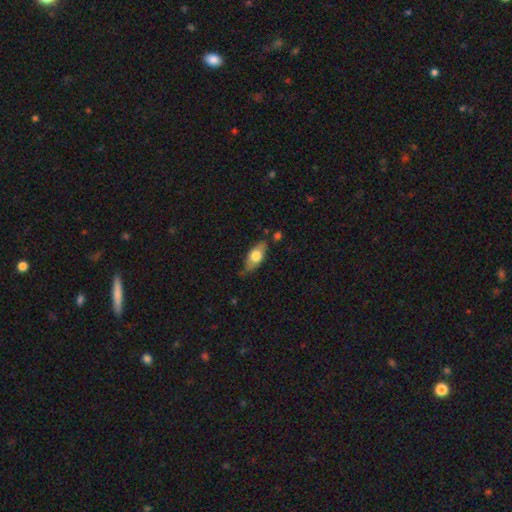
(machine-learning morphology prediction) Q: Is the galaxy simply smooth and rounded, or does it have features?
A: smooth — 64%.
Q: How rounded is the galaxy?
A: in between — 81%.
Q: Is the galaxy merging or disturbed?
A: none — 68%.